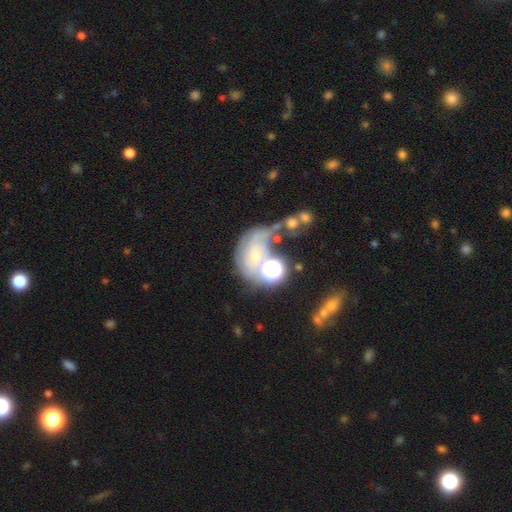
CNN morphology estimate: Smooth or featured? featured or disk (53%)
Edge-on disk? no (96%)
Bar? no (74%)
Spiral arms? yes (64%)
Bulge size? small (49%)
Merging? major disturbance (33%)